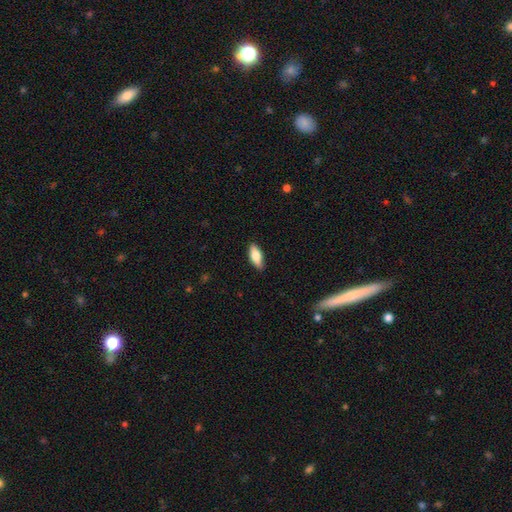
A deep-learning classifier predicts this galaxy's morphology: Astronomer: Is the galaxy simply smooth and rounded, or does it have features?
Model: smooth — 73%.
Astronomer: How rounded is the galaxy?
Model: in between — 75%.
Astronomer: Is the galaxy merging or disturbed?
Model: none — 86%.